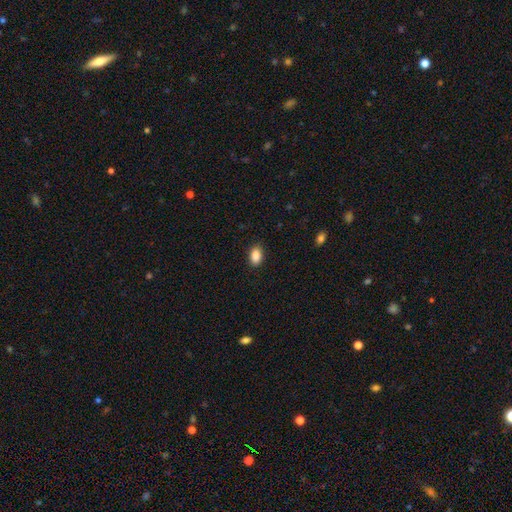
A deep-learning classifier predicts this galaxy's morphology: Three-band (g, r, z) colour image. It shows a smooth galaxy with no disk features (89%) that is in between round and cigar-shaped (88%). Merging: none (89%).